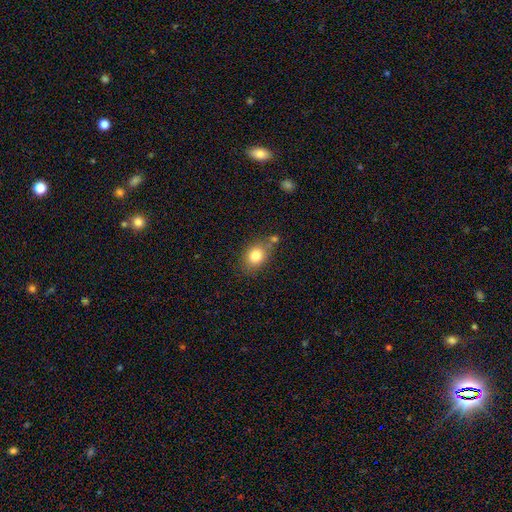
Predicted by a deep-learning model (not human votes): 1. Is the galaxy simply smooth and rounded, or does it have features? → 81% smooth, 10% star or artifact, 9% featured or disk.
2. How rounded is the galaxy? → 54% in between, 45% round, 1% cigar-shaped.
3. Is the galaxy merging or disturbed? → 66% none, 17% minor disturbance, 12% merger, 5% major disturbance.